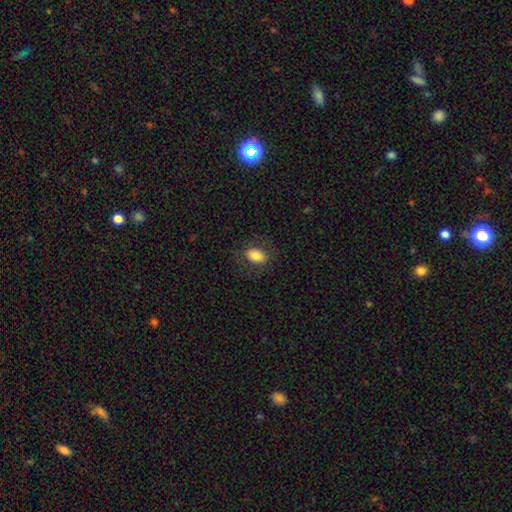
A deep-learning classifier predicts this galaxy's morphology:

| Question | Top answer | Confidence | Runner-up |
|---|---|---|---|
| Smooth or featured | smooth | 80% | featured or disk (12%) |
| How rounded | in between | 83% | round (15%) |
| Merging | none | 80% | minor disturbance (13%) |